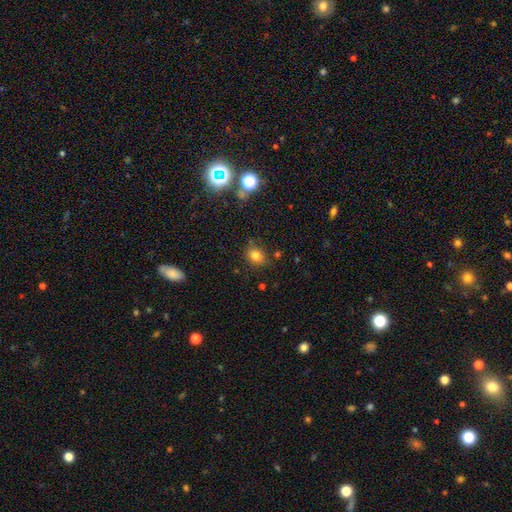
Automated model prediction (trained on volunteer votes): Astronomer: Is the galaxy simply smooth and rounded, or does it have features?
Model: smooth — 78%.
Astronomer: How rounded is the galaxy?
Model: round — 52% (runner-up: in between, 47%).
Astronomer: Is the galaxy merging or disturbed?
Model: none — 77%.